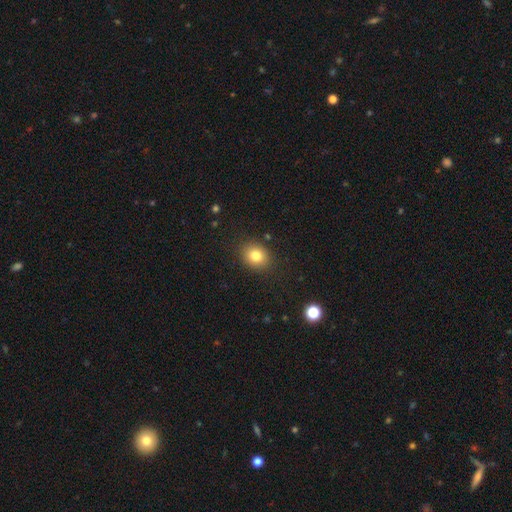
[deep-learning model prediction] A smooth galaxy with no disk features (81%) that is round (63%).

Vote fractions:
- Smooth or featured? smooth: 81% / star or artifact: 11% / featured or disk: 8%
- How rounded? round: 63% / in between: 37% / cigar-shaped: 1%
- Merging? none: 87% / minor disturbance: 8% / major disturbance: 3% / merger: 1%